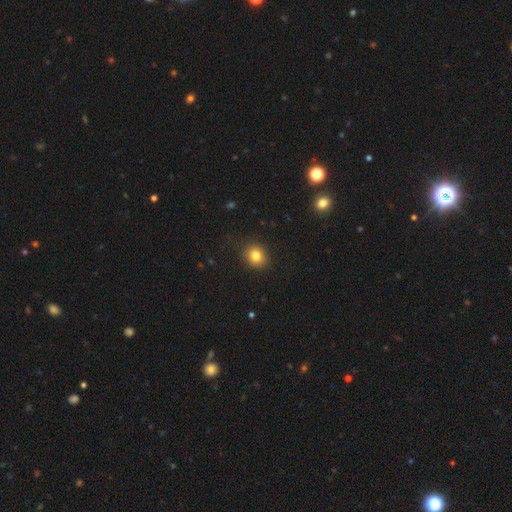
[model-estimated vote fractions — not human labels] smooth-or-featured: smooth: 81% | star or artifact: 12% | featured or disk: 7%
  how-rounded: round: 71% | in between: 28% | cigar-shaped: 1%
  merging: none: 87% | minor disturbance: 9% | major disturbance: 3% | merger: 1%